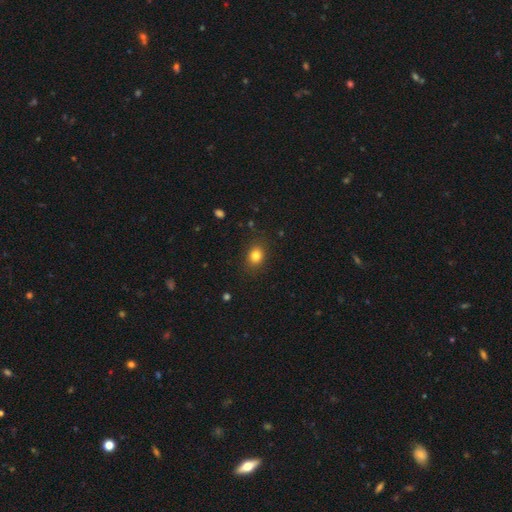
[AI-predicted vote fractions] smooth 82%, star or artifact 12%, featured or disk 6%. Down the decision tree: how rounded — round (50%); merging — none (86%).